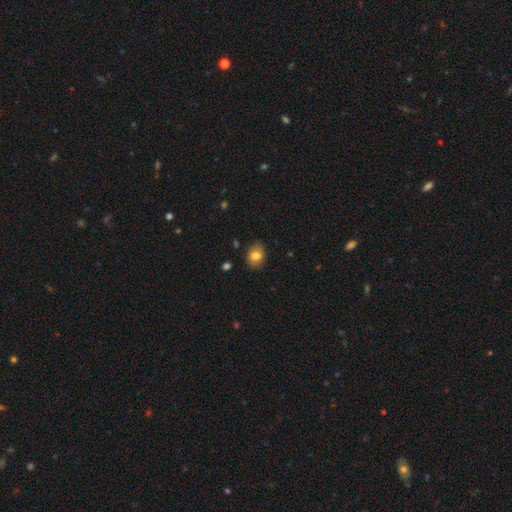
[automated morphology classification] Smooth or featured?
  - smooth: 80% *
  - featured or disk: 11%
  - star or artifact: 9%
How rounded?
  - in between: 60% *
  - round: 39%
  - cigar-shaped: 1%
Merging?
  - none: 78% *
  - minor disturbance: 17%
  - major disturbance: 3%
  - merger: 2%